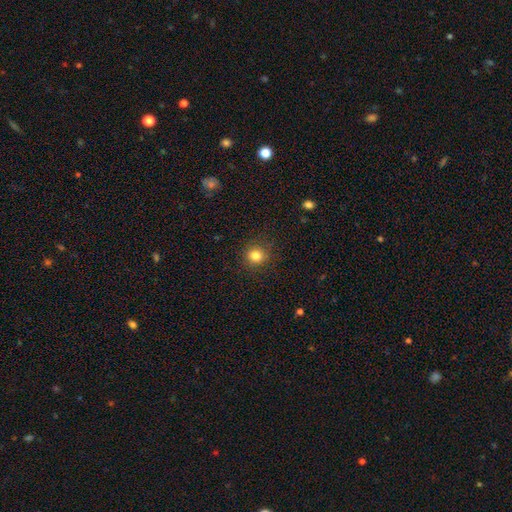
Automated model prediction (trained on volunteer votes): A smooth galaxy with no disk features (83%) that is round (87%).

Vote fractions:
- Smooth or featured? smooth: 83% / star or artifact: 12% / featured or disk: 5%
- How rounded? round: 87% / in between: 12% / cigar-shaped: 1%
- Merging? none: 89% / minor disturbance: 8% / major disturbance: 3% / merger: 1%